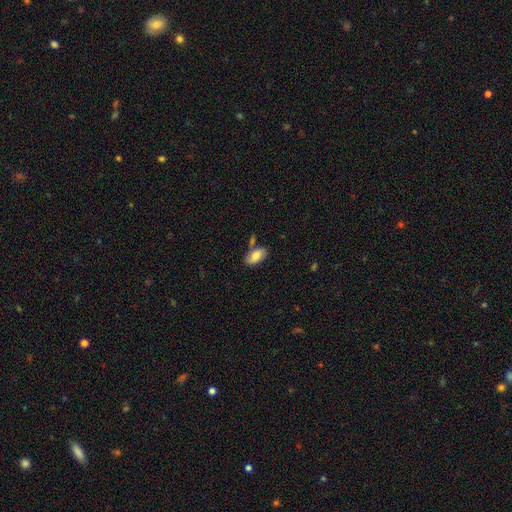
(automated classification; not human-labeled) Smooth or featured?
  - smooth: 76% *
  - featured or disk: 18%
  - star or artifact: 7%
How rounded?
  - in between: 93% *
  - cigar-shaped: 4%
  - round: 4%
Merging?
  - none: 66% *
  - minor disturbance: 17%
  - merger: 12%
  - major disturbance: 4%